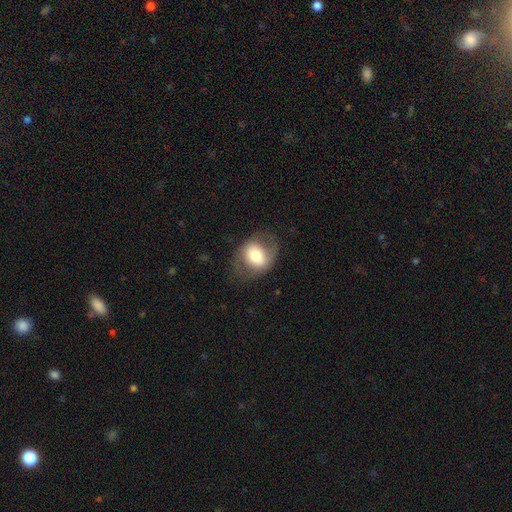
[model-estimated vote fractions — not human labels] A smooth galaxy with no disk features (56%) that is in between round and cigar-shaped (55%). Merging: none (68%).